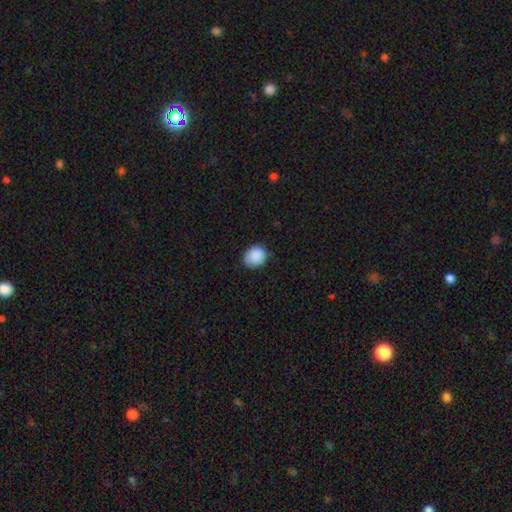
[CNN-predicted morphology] A smooth galaxy with no disk features (89%) that is round (71%).

Vote fractions:
- Smooth or featured? smooth: 89% / star or artifact: 7% / featured or disk: 4%
- How rounded? round: 71% / in between: 28% / cigar-shaped: 1%
- Merging? none: 77% / minor disturbance: 19% / major disturbance: 3% / merger: 1%